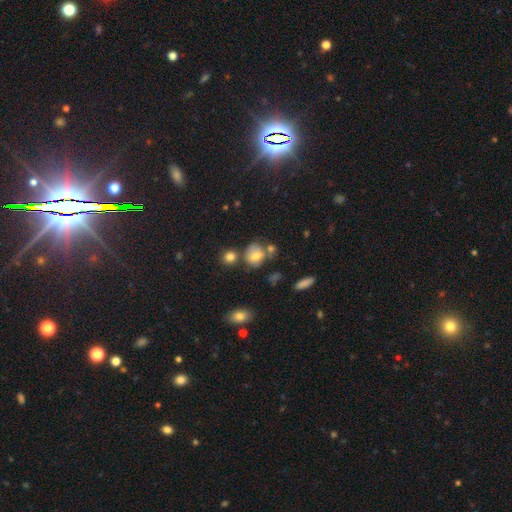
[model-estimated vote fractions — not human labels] Q: Smooth or featured?
A: smooth (68%); runner-up: featured or disk (20%)
Q: How rounded?
A: round (56%); runner-up: in between (43%)
Q: Merging?
A: none (48%); runner-up: merger (22%)